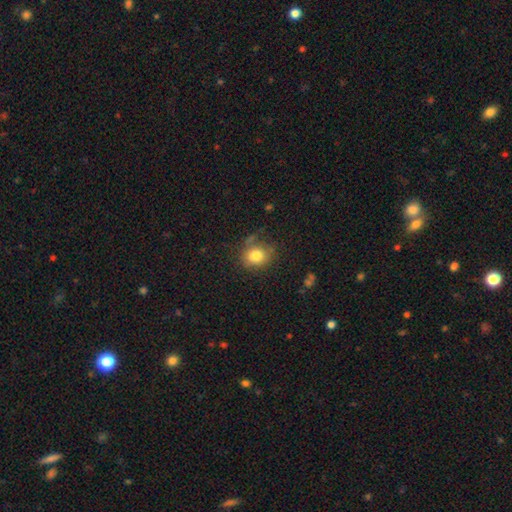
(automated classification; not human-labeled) A smooth galaxy with no disk features (80%) that is round (69%).

Vote fractions:
- Smooth or featured? smooth: 80% / star or artifact: 10% / featured or disk: 10%
- How rounded? round: 69% / in between: 30% / cigar-shaped: 1%
- Merging? none: 66% / minor disturbance: 22% / major disturbance: 8% / merger: 4%